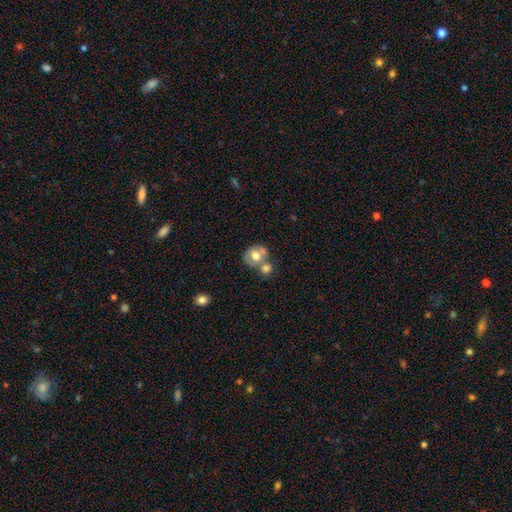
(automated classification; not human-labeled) Q: Smooth or featured?
A: smooth (62%); runner-up: featured or disk (30%)
Q: How rounded?
A: round (69%); runner-up: in between (30%)
Q: Merging?
A: merger (48%); runner-up: none (36%)